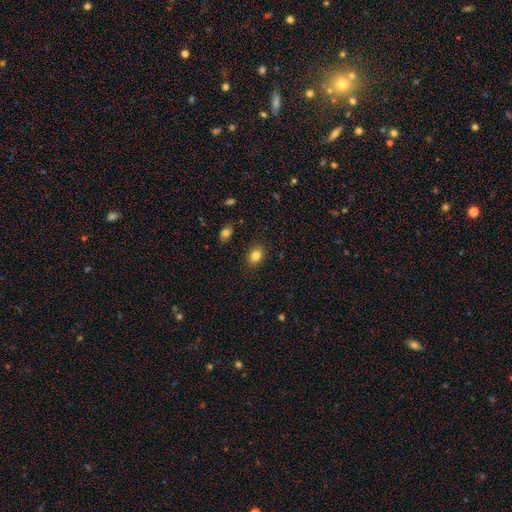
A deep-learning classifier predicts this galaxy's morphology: type=smooth (84%); roundness=in between (63%); merging=none (87%).